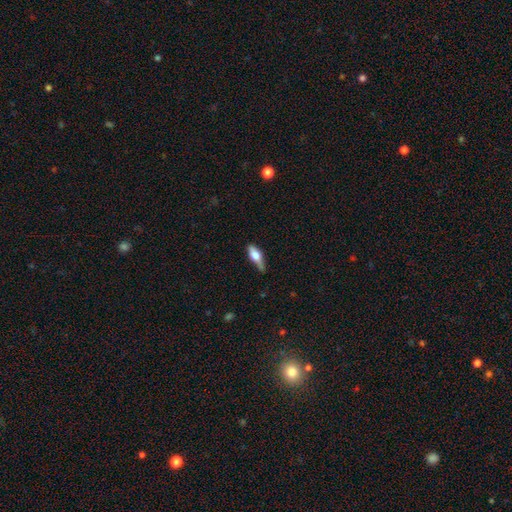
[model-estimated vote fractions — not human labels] This appears to be a smooth galaxy with no disk features (60%) that is in between round and cigar-shaped (65%). Merging: none (57%).